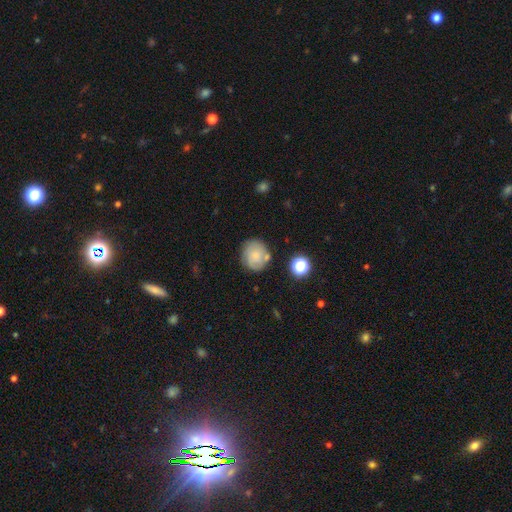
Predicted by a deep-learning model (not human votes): This appears to be a smooth galaxy with no disk features (62%) that is round (83%). Merging: none (69%).